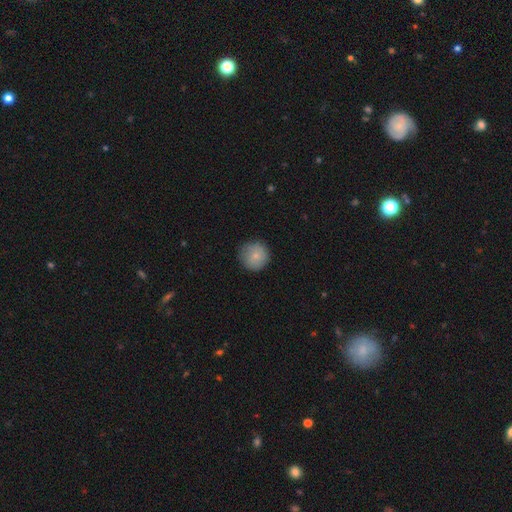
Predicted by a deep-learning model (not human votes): Smooth or featured?
  - smooth: 78% *
  - featured or disk: 14%
  - star or artifact: 8%
How rounded?
  - round: 94% *
  - in between: 5%
  - cigar-shaped: 1%
Merging?
  - none: 85% *
  - minor disturbance: 12%
  - major disturbance: 3%
  - merger: 1%